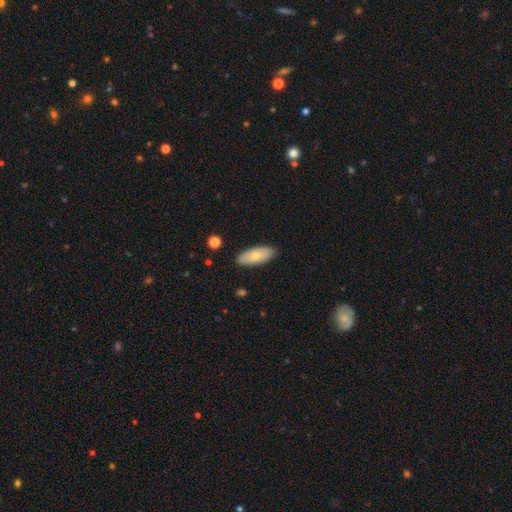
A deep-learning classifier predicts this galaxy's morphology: Smooth or featured? smooth (71%)
How rounded? in between (84%)
Merging? none (87%)